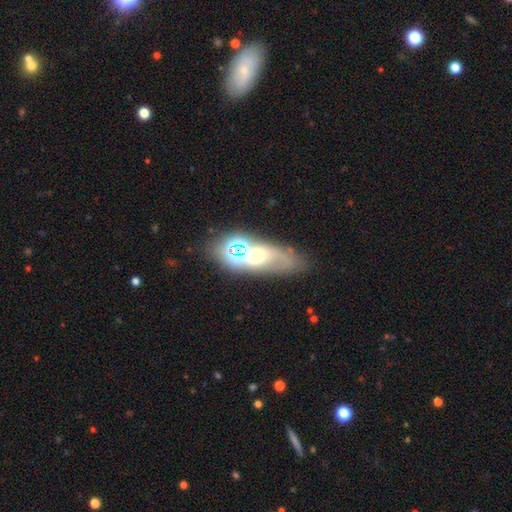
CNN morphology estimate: Smooth or featured? Predicted: smooth (p=0.38). Merging? Predicted: none (p=0.51).